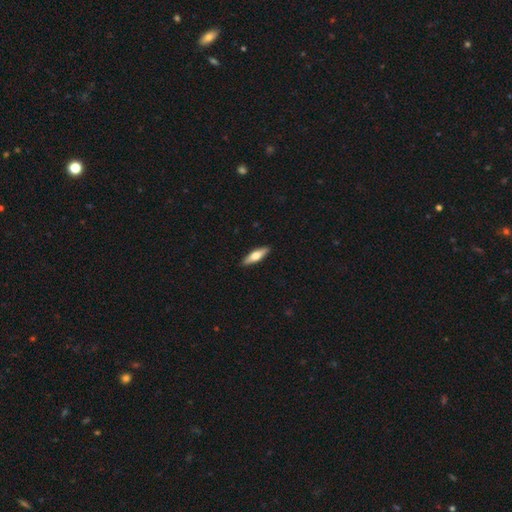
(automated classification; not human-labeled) A smooth galaxy with no disk features (56%) that is cigar-shaped (60%).

Vote fractions:
- Smooth or featured? smooth: 56% / featured or disk: 39% / star or artifact: 5%
- How rounded? cigar-shaped: 60% / in between: 38% / round: 2%
- Merging? none: 90% / minor disturbance: 7% / major disturbance: 1% / merger: 1%